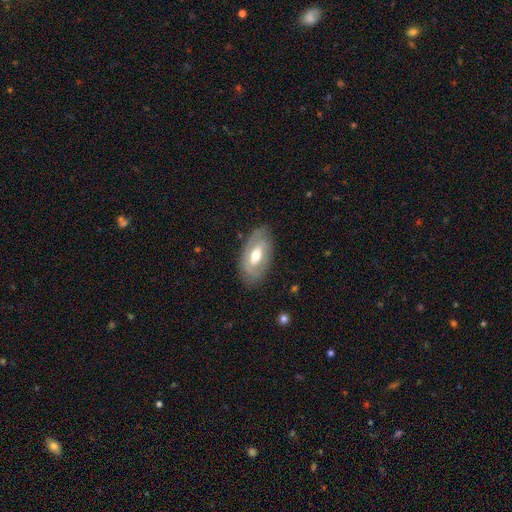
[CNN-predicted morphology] A featured or disk galaxy (61%) with no bar (49%), no spiral arms (56%) and a moderate central bulge (69%).

Vote fractions:
- Smooth or featured? featured or disk: 61% / smooth: 33% / star or artifact: 6%
- Edge-on disk? no: 88% / yes: 12%
- Bar? no: 49% / weak: 34% / strong: 16%
- Spiral arms? no: 56% / yes: 44%
- Bulge size? moderate: 69% / large: 16% / small: 13% / dominant: 1% / none: 1%
- Merging? none: 77% / minor disturbance: 16% / major disturbance: 5% / merger: 1%